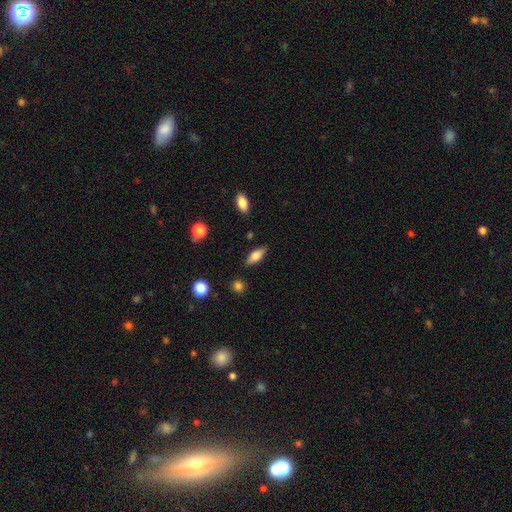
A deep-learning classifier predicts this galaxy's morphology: This appears to be a smooth galaxy with no disk features (65%) that is in between round and cigar-shaped (70%). Merging: none (84%).